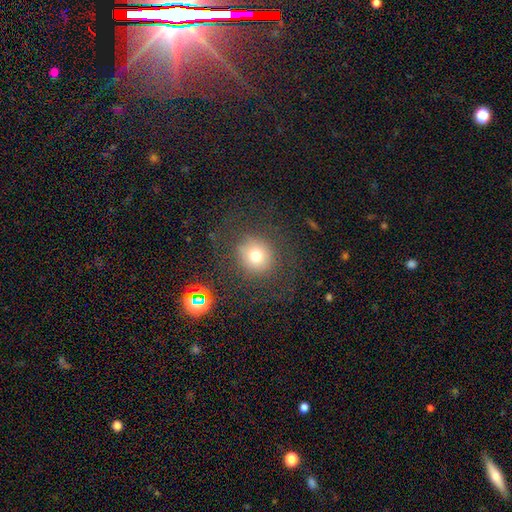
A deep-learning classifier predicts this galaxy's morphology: Smooth or featured? smooth (70%)
How rounded? round (87%)
Merging? none (77%)